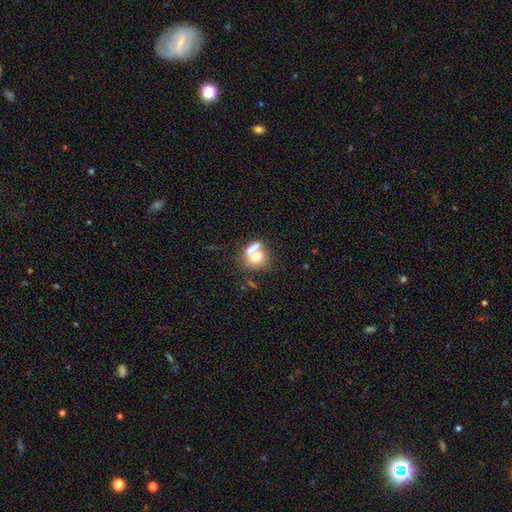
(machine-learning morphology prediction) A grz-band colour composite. It shows a smooth galaxy with no disk features (69%) that is round (73%). Merging: merger (45%).